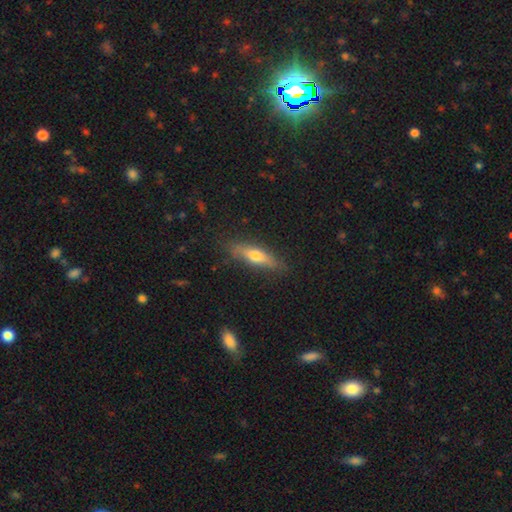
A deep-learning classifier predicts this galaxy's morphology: This is possibly a smooth galaxy (56%). How rounded: likely cigar-shaped (62%). Merging: clearly none (81%).